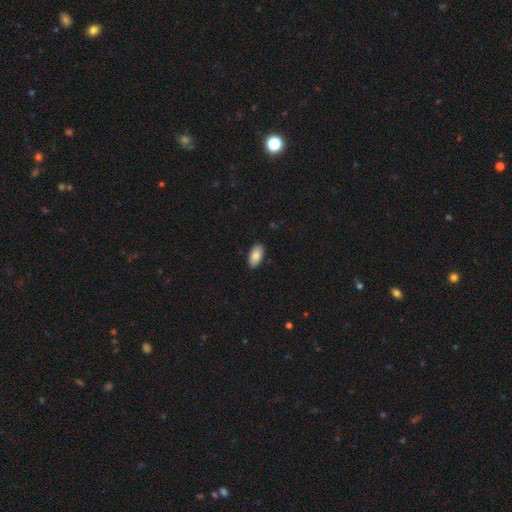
smooth 87%, featured or disk 10%, star or artifact 3%. Down the decision tree: how rounded — in between (100%); merging — none (89%).